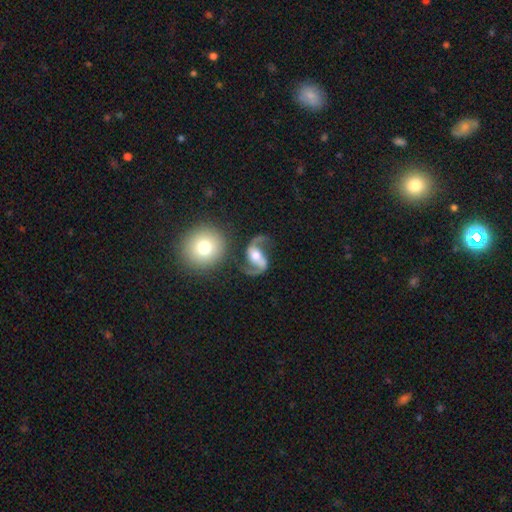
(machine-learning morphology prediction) Q: Smooth or featured?
A: featured or disk (88%); runner-up: smooth (7%)
Q: Edge-on disk?
A: no (98%); runner-up: yes (2%)
Q: Bar?
A: strong (37%); runner-up: weak (35%)
Q: Spiral arms?
A: yes (96%); runner-up: no (4%)
Q: Spiral winding?
A: loose (62%); runner-up: medium (32%)
Q: Spiral arm count?
A: 2 (93%); runner-up: 1 (3%)
Q: Bulge size?
A: moderate (65%); runner-up: small (16%)
Q: Merging?
A: none (66%); runner-up: minor disturbance (14%)